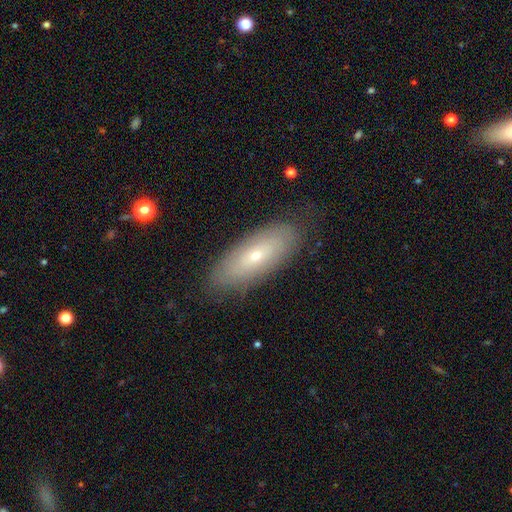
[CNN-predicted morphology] Q: Smooth or featured?
A: smooth (46%); tied with: featured or disk (46%)
Q: Merging?
A: none (81%); runner-up: minor disturbance (14%)